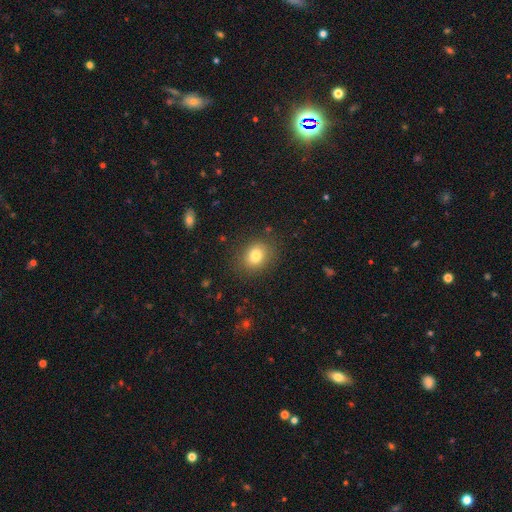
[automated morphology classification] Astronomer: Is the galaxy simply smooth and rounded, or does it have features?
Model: smooth — 81%.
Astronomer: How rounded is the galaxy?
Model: round — 59% (runner-up: in between, 40%).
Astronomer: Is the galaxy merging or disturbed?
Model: none — 84%.